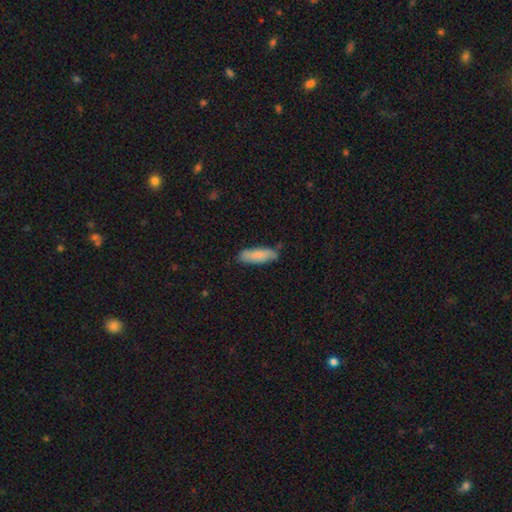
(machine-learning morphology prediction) Q: Smooth or featured?
A: smooth (77%); runner-up: featured or disk (17%)
Q: How rounded?
A: in between (50%); runner-up: cigar-shaped (49%)
Q: Merging?
A: none (75%); runner-up: minor disturbance (19%)